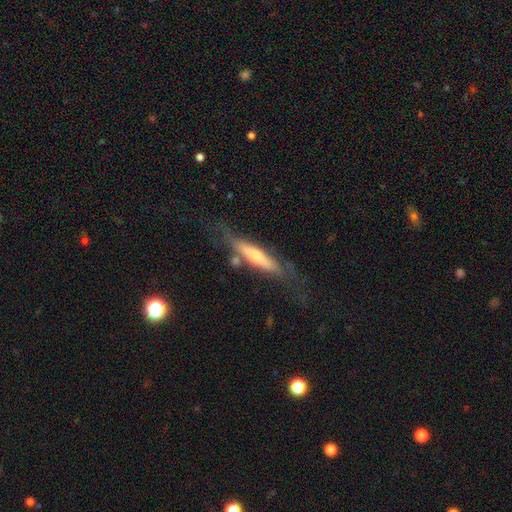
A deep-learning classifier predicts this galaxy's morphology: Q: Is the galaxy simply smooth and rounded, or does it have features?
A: featured or disk — 58%.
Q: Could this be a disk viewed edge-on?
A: yes — 75%.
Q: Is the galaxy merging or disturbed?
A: none — 59%.